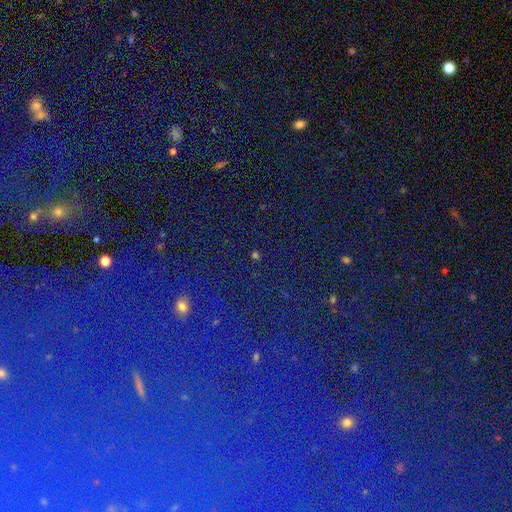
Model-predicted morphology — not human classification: Smooth or featured? star or artifact (67%)